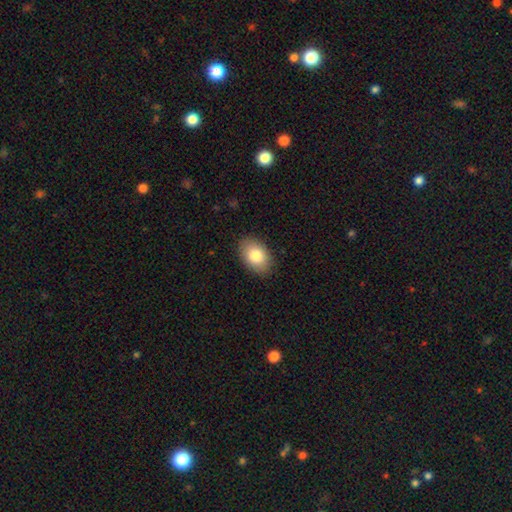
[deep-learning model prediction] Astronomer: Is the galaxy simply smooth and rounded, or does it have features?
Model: smooth — 83%.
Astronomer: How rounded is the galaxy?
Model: in between — 86%.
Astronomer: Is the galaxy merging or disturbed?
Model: none — 88%.